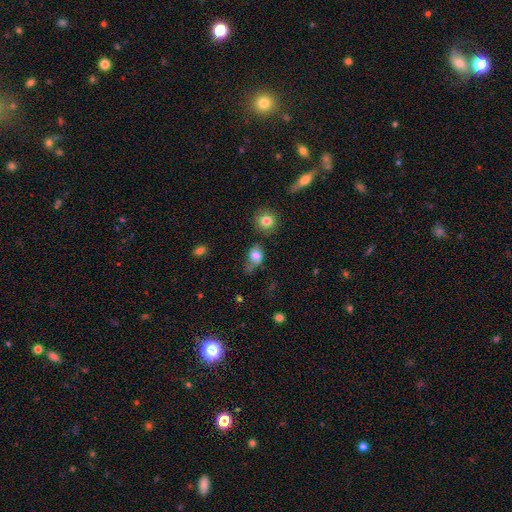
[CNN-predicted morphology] A smooth galaxy with no disk features (74%) that is in between round and cigar-shaped (67%). Merging: none (39%).